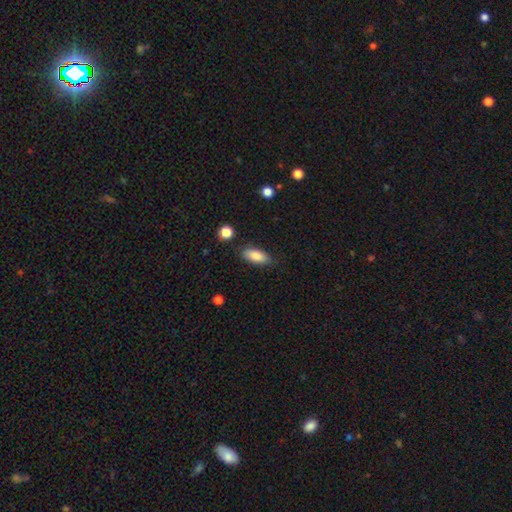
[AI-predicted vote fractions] Smooth or featured? Predicted: smooth (p=0.86). How rounded? Predicted: in between (p=0.84). Merging? Predicted: none (p=0.81).